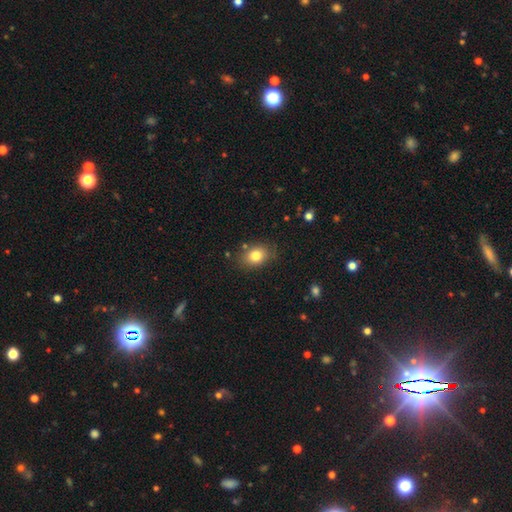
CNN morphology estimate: smooth 81%, star or artifact 10%, featured or disk 9%. Down the decision tree: how rounded — in between (65%); merging — none (81%).